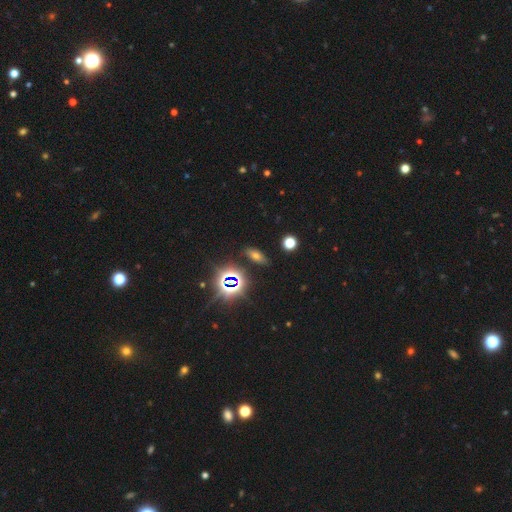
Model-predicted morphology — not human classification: smooth-or-featured: smooth: 51% | star or artifact: 34% | featured or disk: 15%
  how-rounded: in between: 71% | cigar-shaped: 19% | round: 10%
  merging: none: 85% | minor disturbance: 9% | major disturbance: 3% | merger: 2%